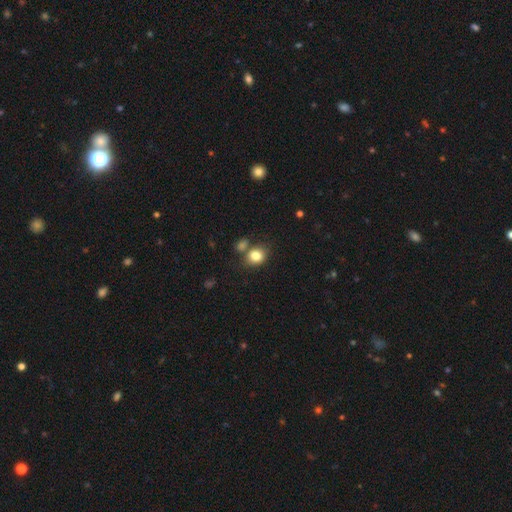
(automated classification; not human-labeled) smooth_or_featured: smooth (p=0.82) [alt: star or artifact p=0.10]
how_rounded: round (p=0.57) [alt: in between p=0.42]
merging: none (p=0.61) [alt: merger p=0.21]